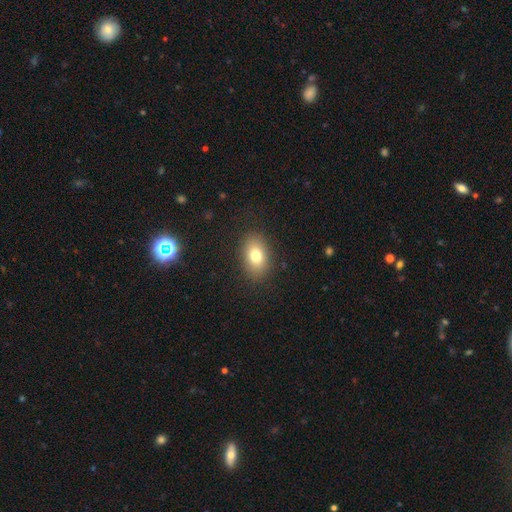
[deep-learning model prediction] This appears to be a smooth galaxy with no disk features (78%) that is in between round and cigar-shaped (84%). Merging: none (86%).